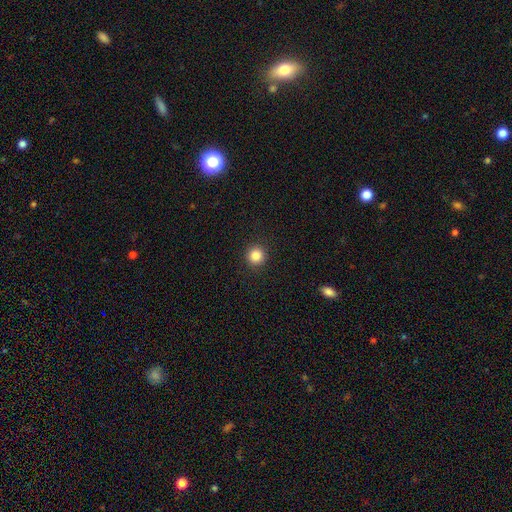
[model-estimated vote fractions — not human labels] smooth-or-featured: smooth: 85% | star or artifact: 11% | featured or disk: 4%
  how-rounded: round: 95% | in between: 4% | cigar-shaped: 1%
  merging: none: 92% | minor disturbance: 5% | major disturbance: 2% | merger: 1%